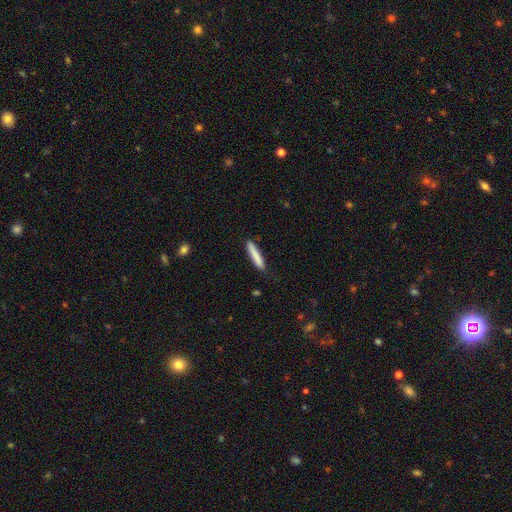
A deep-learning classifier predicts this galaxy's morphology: smooth 83%, featured or disk 12%, star or artifact 6%. Down the decision tree: how rounded — cigar-shaped (92%); merging — none (85%).